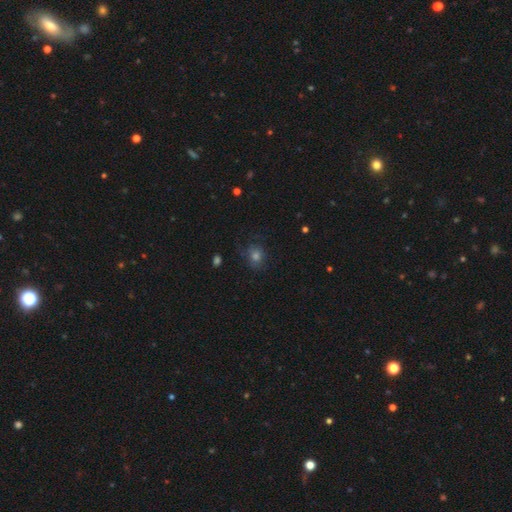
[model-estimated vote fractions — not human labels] This is likely a smooth galaxy (63%). How rounded: likely round (74%). Merging: likely none (73%).